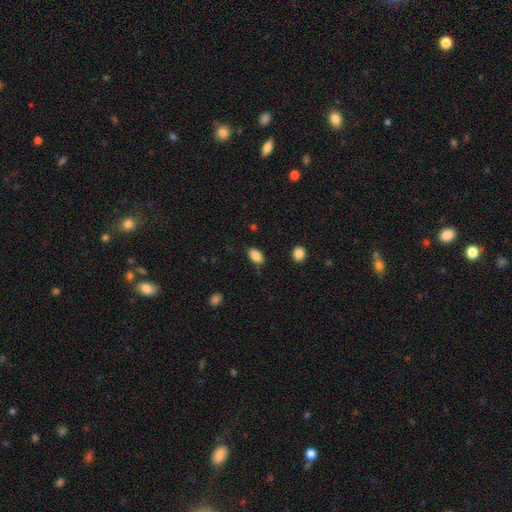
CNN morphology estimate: Smooth or featured: smooth — 86% (star or artifact — 8%)
How rounded: in between — 90% (round — 7%)
Merging: none — 80% (minor disturbance — 15%)